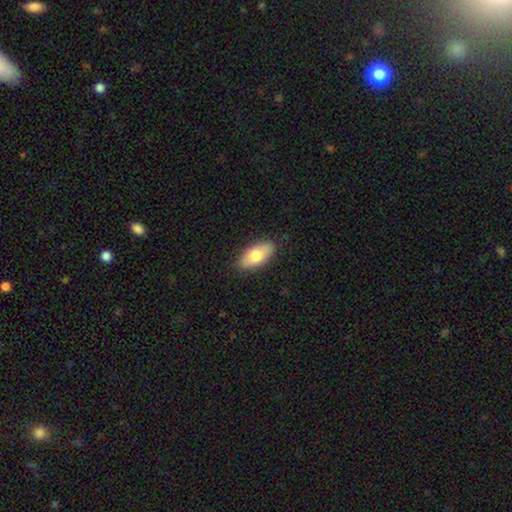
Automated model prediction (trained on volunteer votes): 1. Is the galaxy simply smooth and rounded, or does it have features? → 75% smooth, 20% featured or disk, 6% star or artifact.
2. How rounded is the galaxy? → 91% in between, 5% cigar-shaped, 3% round.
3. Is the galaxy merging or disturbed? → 87% none, 10% minor disturbance, 2% major disturbance, 1% merger.